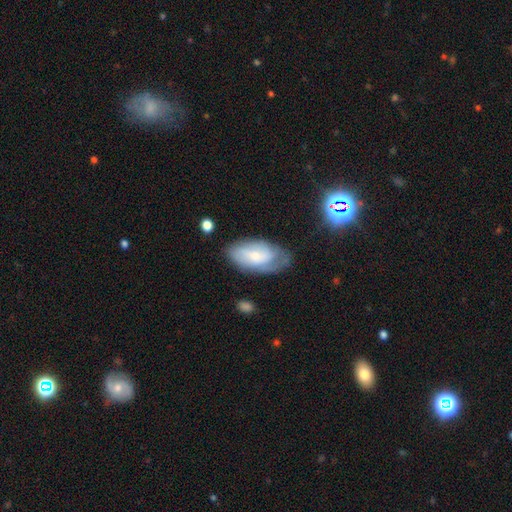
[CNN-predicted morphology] Overall: smooth (47%; featured or disk 45%). Merging: none (59%; minor disturbance 28%).